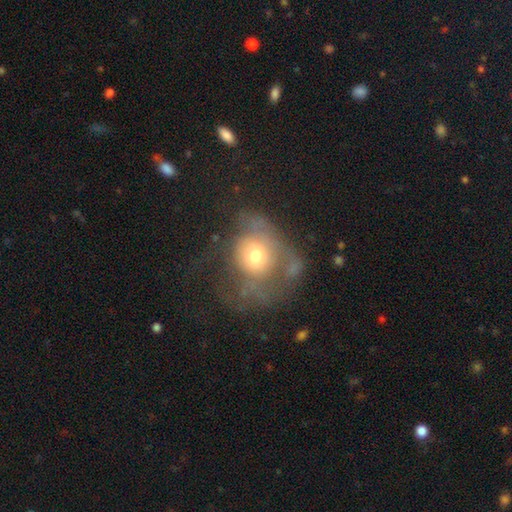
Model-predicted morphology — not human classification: type=smooth (52%); roundness=round (60%); merging=major disturbance (51%).